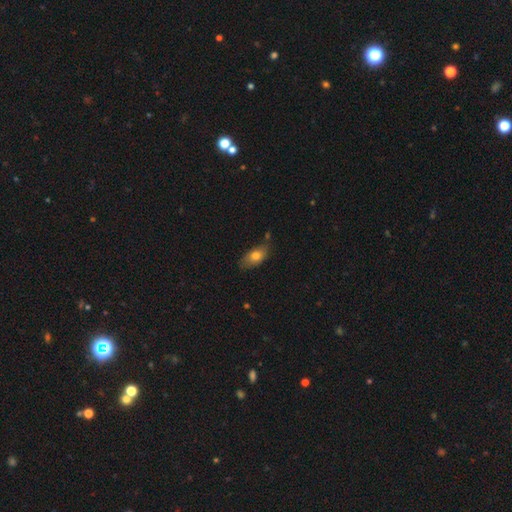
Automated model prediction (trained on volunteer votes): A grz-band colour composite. It shows a smooth galaxy with no disk features (75%) that is in between round and cigar-shaped (88%). Merging: none (68%).